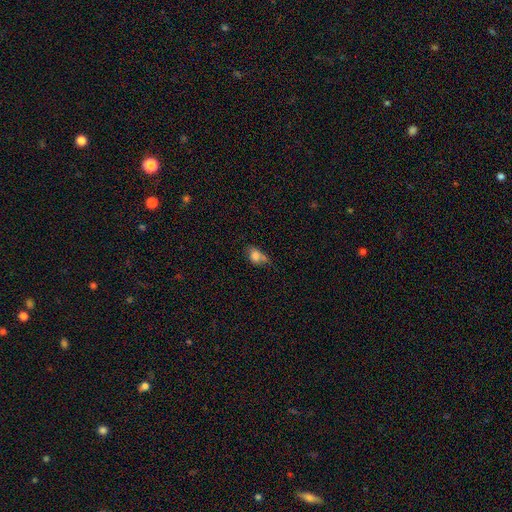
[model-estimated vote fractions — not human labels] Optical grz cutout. It shows a smooth galaxy with no disk features (77%) that is in between round and cigar-shaped (70%). Merging: none (38%).